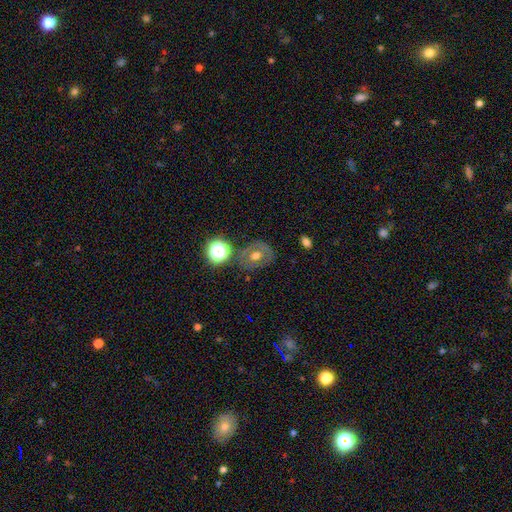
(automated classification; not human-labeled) This appears to be a smooth galaxy with no disk features (48%). Merging: none (73%).